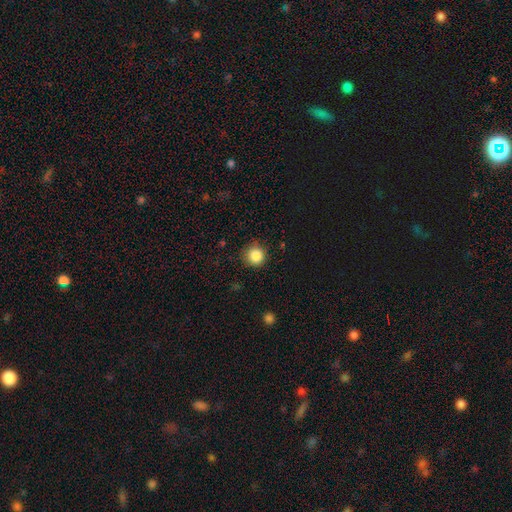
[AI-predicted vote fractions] Smooth or featured: smooth — 86% (star or artifact — 10%)
How rounded: round — 93% (in between — 6%)
Merging: none — 85% (minor disturbance — 11%)